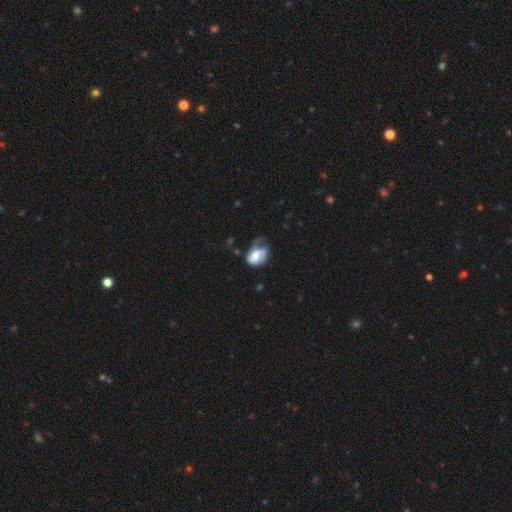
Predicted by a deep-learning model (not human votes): A featured or disk galaxy (47%).

Vote fractions:
- Smooth or featured? featured or disk: 47% / smooth: 45% / star or artifact: 8%
- Merging? major disturbance: 38% / minor disturbance: 31% / none: 25% / merger: 6%